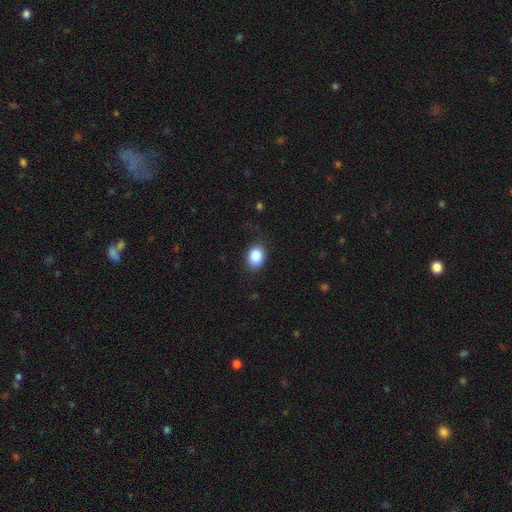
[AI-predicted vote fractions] Q: Smooth or featured?
A: smooth (87%); runner-up: star or artifact (8%)
Q: How rounded?
A: in between (68%); runner-up: round (31%)
Q: Merging?
A: none (81%); runner-up: minor disturbance (14%)